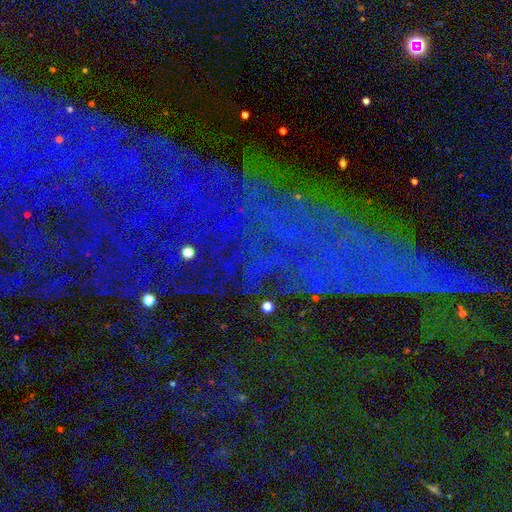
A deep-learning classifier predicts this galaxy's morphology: smooth-or-featured: star or artifact: 83% | featured or disk: 9% | smooth: 8%